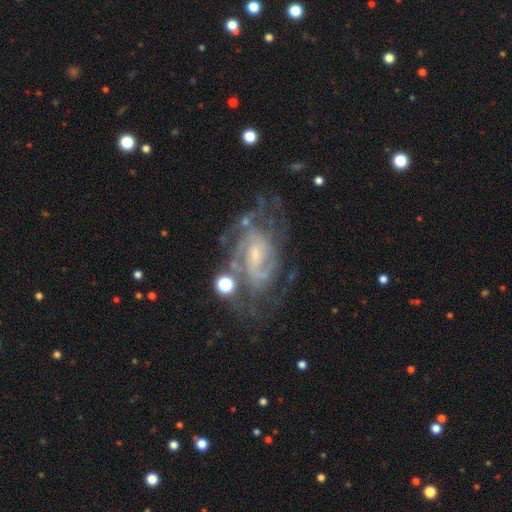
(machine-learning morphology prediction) smooth_or_featured: featured or disk (p=0.85) [alt: smooth p=0.08]
disk_edge_on: no (p=0.96) [alt: yes p=0.04]
bar: no (p=0.48) [alt: weak p=0.42]
has_spiral_arms: yes (p=0.93) [alt: no p=0.07]
spiral_winding: tight (p=0.54) [alt: medium p=0.37]
spiral_arm_count: can't tell (p=0.35) [alt: 2 p=0.31]
bulge_size: small (p=0.62) [alt: moderate p=0.25]
merging: none (p=0.61) [alt: minor disturbance p=0.20]